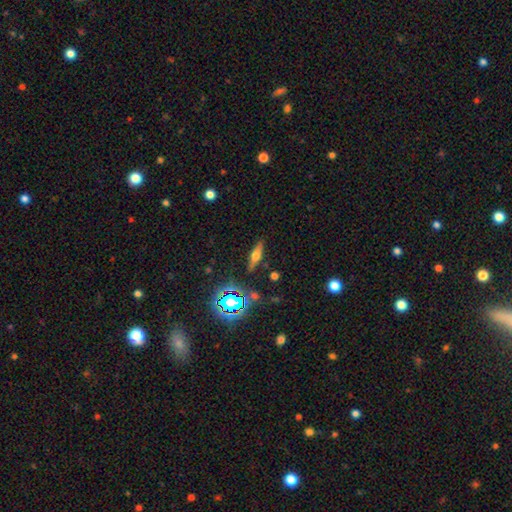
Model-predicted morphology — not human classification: Overall: featured or disk (53%; smooth 32%). Edge-on disk: yes (92%). Merging: none (86%).